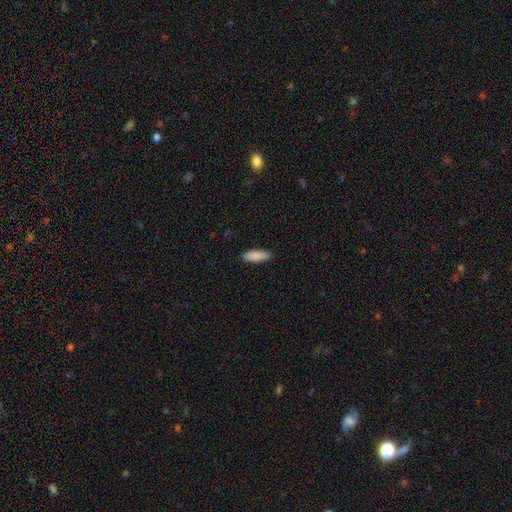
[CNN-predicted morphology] Smooth or featured? smooth (90%)
How rounded? in between (63%)
Merging? none (89%)